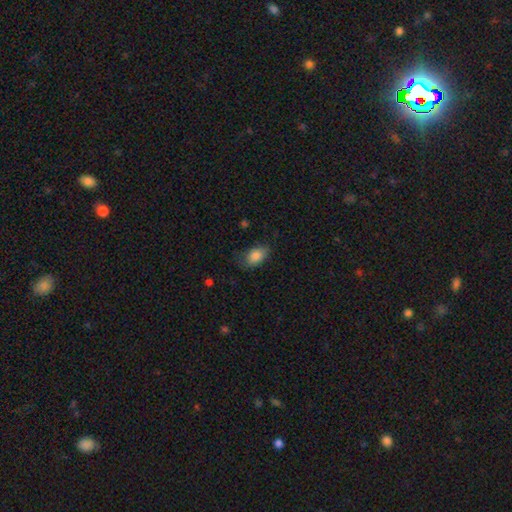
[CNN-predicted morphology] Smooth or featured: smooth — 85% (star or artifact — 8%)
How rounded: in between — 88% (round — 11%)
Merging: none — 68% (minor disturbance — 24%)